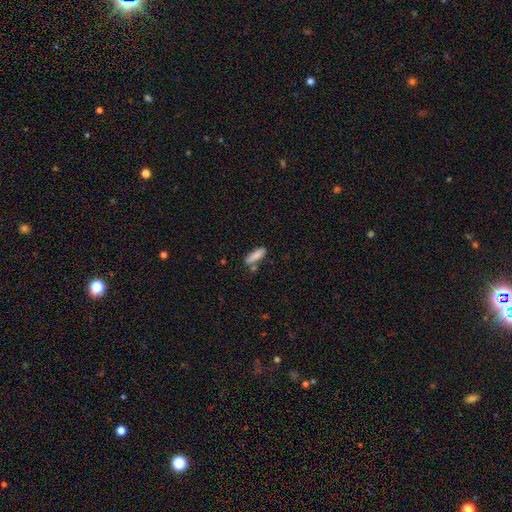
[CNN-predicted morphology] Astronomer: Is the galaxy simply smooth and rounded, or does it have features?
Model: smooth — 84%.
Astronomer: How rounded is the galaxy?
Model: cigar-shaped — 57% (runner-up: in between, 40%).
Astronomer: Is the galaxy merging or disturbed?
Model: none — 69%.